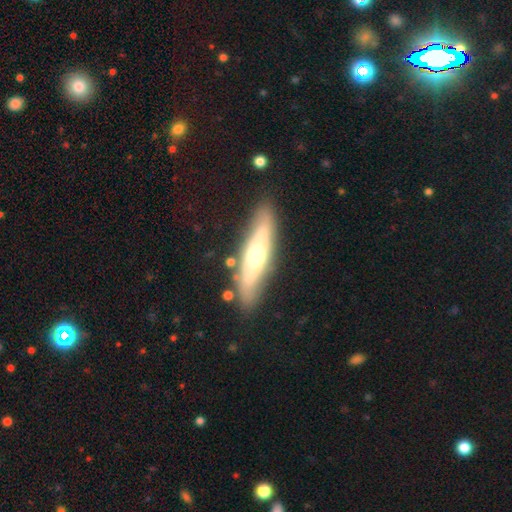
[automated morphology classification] Q: Smooth or featured?
A: featured or disk (56%); runner-up: smooth (39%)
Q: Edge-on disk?
A: yes (62%); runner-up: no (38%)
Q: Merging?
A: none (81%); runner-up: minor disturbance (13%)